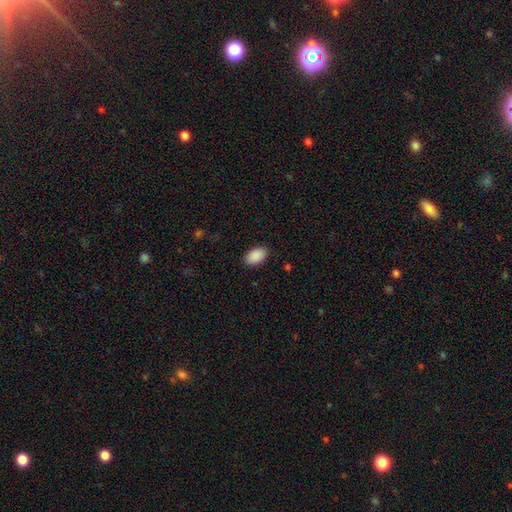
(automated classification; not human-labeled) smooth 91%, star or artifact 6%, featured or disk 3%. Down the decision tree: how rounded — in between (92%); merging — none (88%).